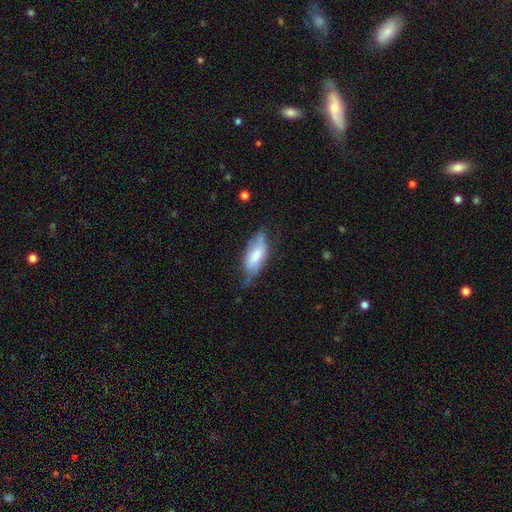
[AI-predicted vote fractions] This is likely a smooth galaxy (60%). How rounded: clearly in between (83%). Merging: possibly none (49%).